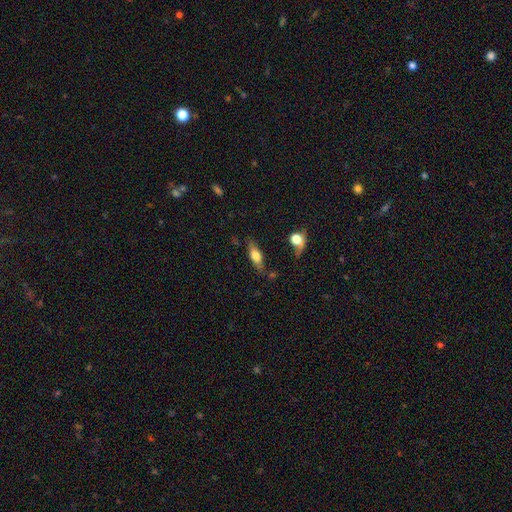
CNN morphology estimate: A smooth galaxy with no disk features (56%) that is in between round and cigar-shaped (58%). Merging: none (73%).